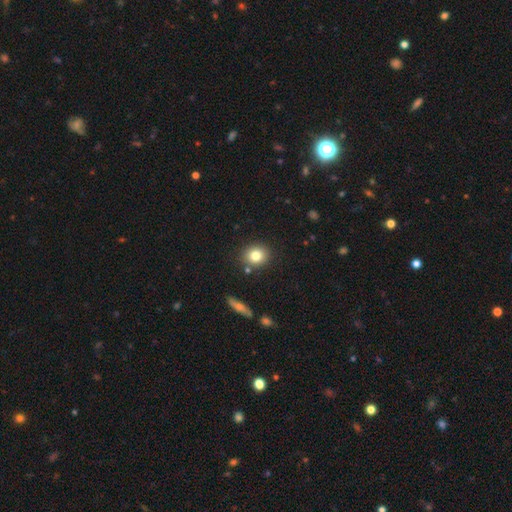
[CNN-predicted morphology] Smooth or featured? smooth (80%)
How rounded? round (77%)
Merging? none (84%)